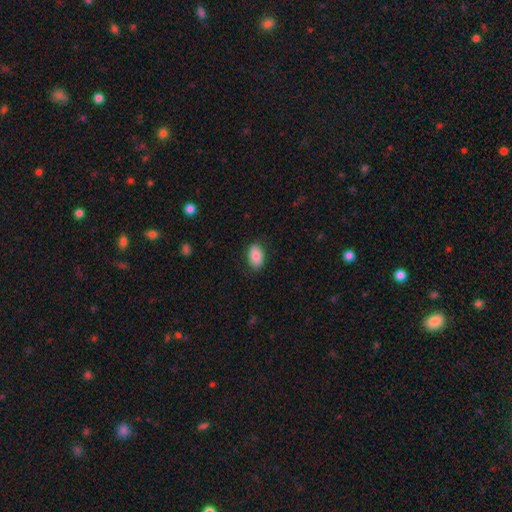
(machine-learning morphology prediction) Overall: smooth (85%). How rounded: in between (90%). Merging: none (85%).